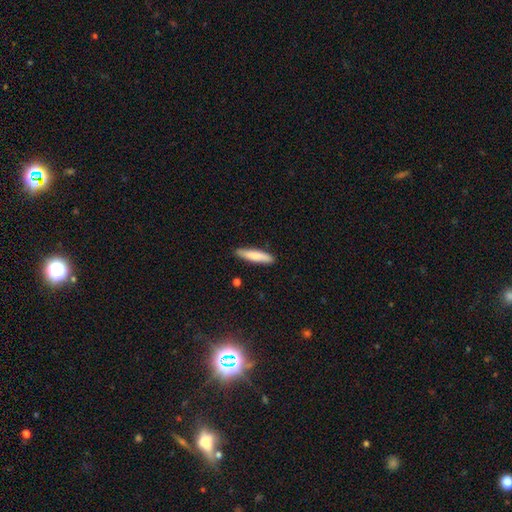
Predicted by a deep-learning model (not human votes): smooth 81%, featured or disk 14%, star or artifact 5%. Down the decision tree: how rounded — cigar-shaped (84%); merging — none (88%).